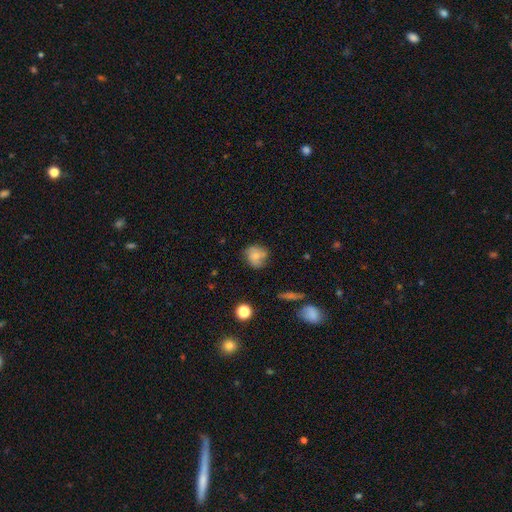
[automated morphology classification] This appears to be a smooth galaxy with no disk features (59%) that is round (71%). Merging: none (63%).